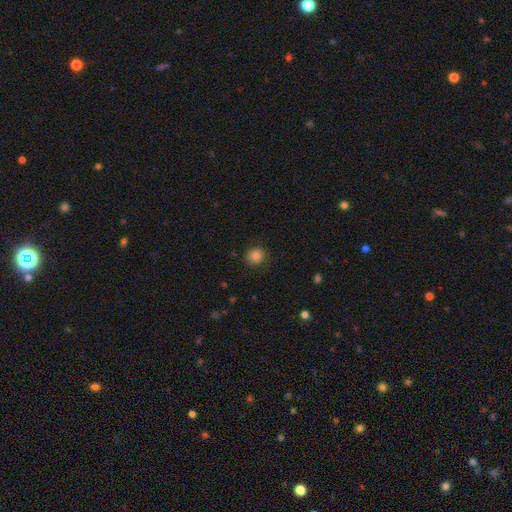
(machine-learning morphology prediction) Overall: smooth (82%). How rounded: round (90%). Merging: none (82%).